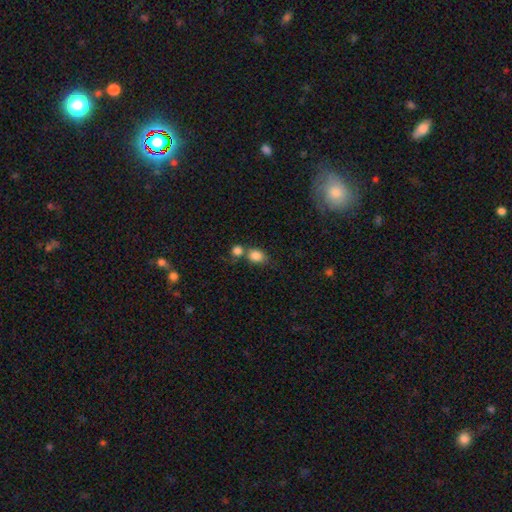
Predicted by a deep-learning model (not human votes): Smooth or featured: smooth — 84% (star or artifact — 9%)
How rounded: in between — 59% (round — 40%)
Merging: none — 44% (merger — 40%)